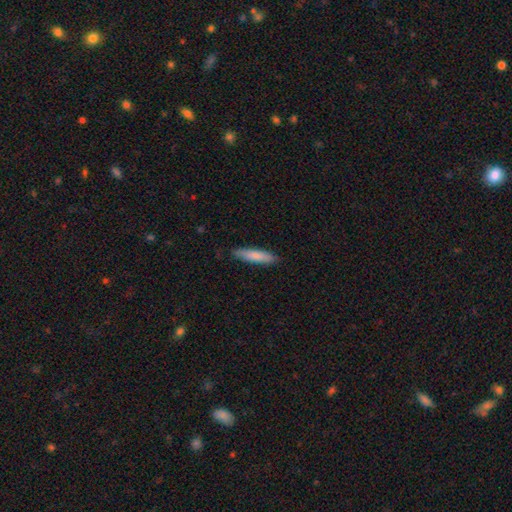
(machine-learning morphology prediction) This is likely a smooth galaxy (80%). How rounded: clearly cigar-shaped (80%). Merging: clearly none (85%).